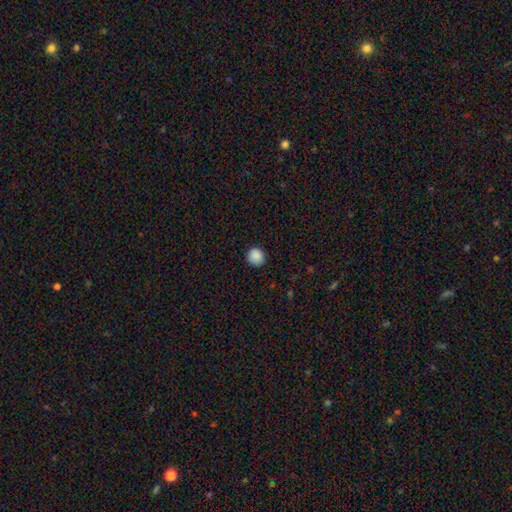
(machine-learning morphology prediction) A smooth galaxy with no disk features (88%) that is round (92%). Merging: none (90%).